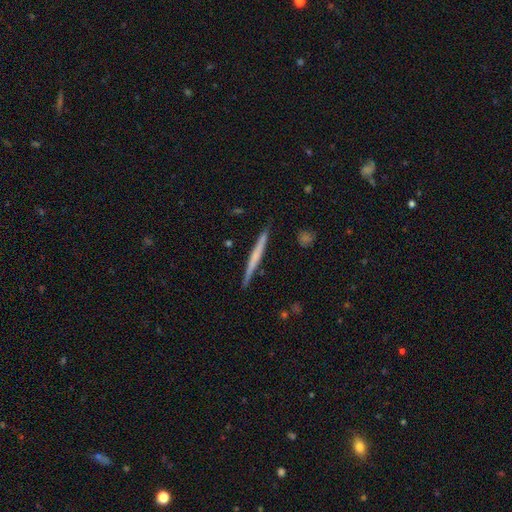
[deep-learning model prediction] A featured or disk galaxy (52%) viewed edge-on (97%) with no central bulge (73%). Merging: none (89%).